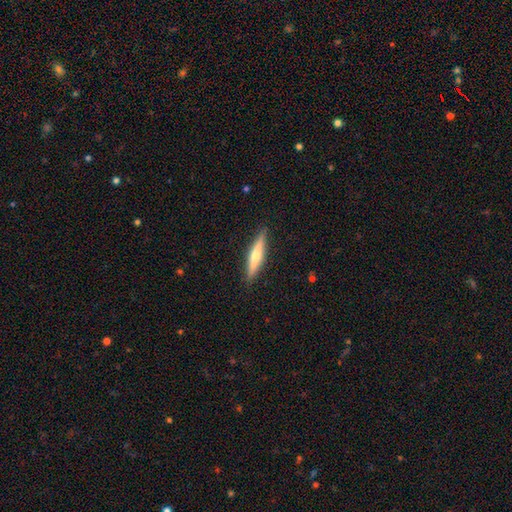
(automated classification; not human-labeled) Smooth or featured? Predicted: featured or disk (p=0.53). Edge-on disk? Predicted: yes (p=0.96). Edge-on bulge? Predicted: rounded (p=0.80). Merging? Predicted: none (p=0.90).